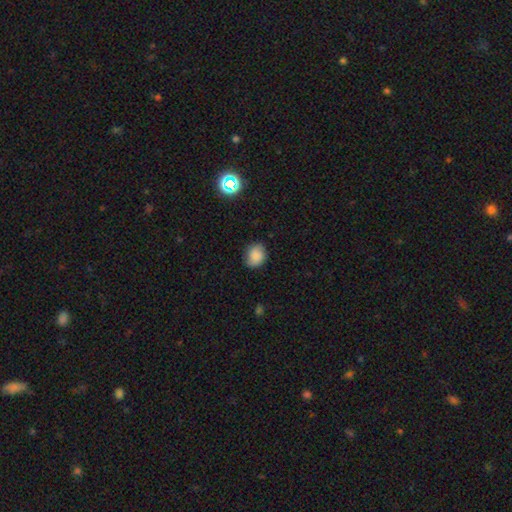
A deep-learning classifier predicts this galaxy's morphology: Overall: smooth (79%). How rounded: round (52%; in between 47%). Merging: none (78%).